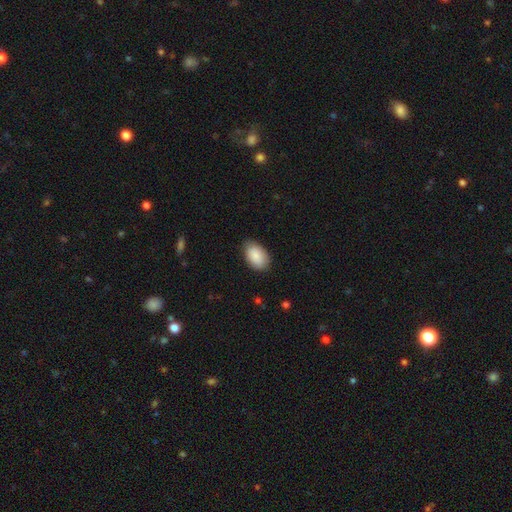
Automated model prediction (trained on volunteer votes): Overall: smooth (88%). How rounded: in between (92%). Merging: none (82%).